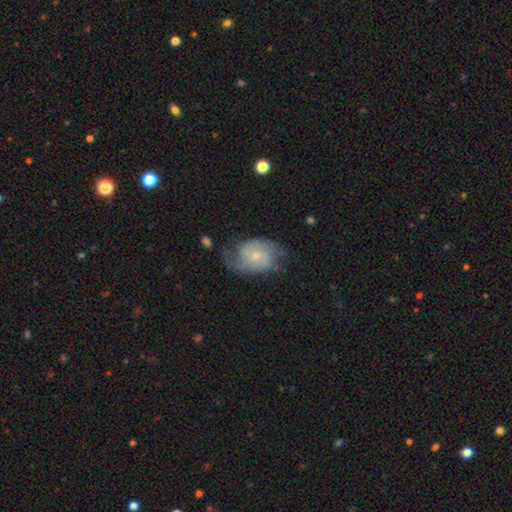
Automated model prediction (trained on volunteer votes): Smooth or featured?
  - featured or disk: 72% *
  - smooth: 21%
  - star or artifact: 6%
Edge-on disk?
  - no: 97% *
  - yes: 3%
Bar?
  - no: 62% *
  - weak: 33%
  - strong: 5%
Spiral arms?
  - yes: 92% *
  - no: 8%
Spiral winding?
  - medium: 44% *
  - loose: 30%
  - tight: 26%
Spiral arm count?
  - 2: 72% *
  - can't tell: 13%
  - 1: 8%
  - 3: 4%
  - 4: 2%
  - more than 4: 2%
Bulge size?
  - small: 61% *
  - moderate: 30%
  - none: 5%
  - large: 3%
  - dominant: 1%
Merging?
  - none: 56% *
  - minor disturbance: 25%
  - major disturbance: 17%
  - merger: 2%